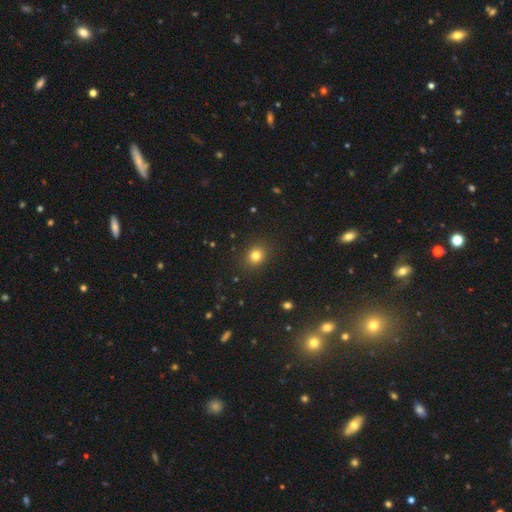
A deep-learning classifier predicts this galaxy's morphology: A smooth galaxy with no disk features (80%) that is round (71%).

Vote fractions:
- Smooth or featured? smooth: 80% / star or artifact: 14% / featured or disk: 6%
- How rounded? round: 71% / in between: 28% / cigar-shaped: 1%
- Merging? none: 89% / minor disturbance: 8% / major disturbance: 3% / merger: 1%